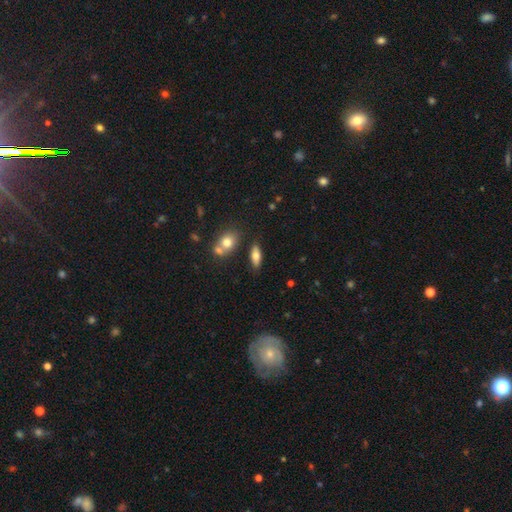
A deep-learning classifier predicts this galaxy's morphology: Smooth or featured: smooth — 72% (featured or disk — 20%)
How rounded: in between — 75% (cigar-shaped — 21%)
Merging: none — 75% (minor disturbance — 13%)